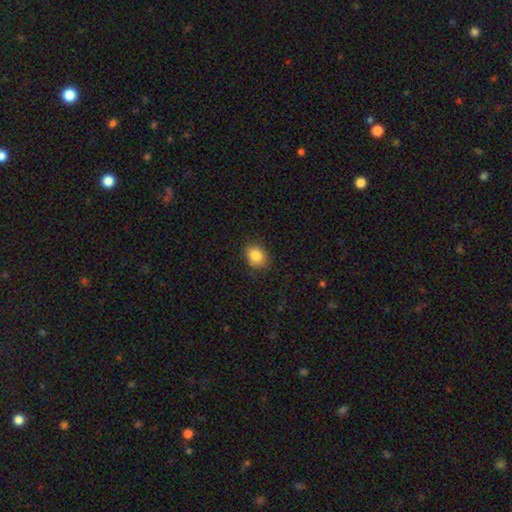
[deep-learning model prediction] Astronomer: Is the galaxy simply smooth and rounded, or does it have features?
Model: smooth — 85%.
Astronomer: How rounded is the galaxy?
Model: in between — 52% (runner-up: round, 47%).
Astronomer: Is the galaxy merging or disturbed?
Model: none — 84%.